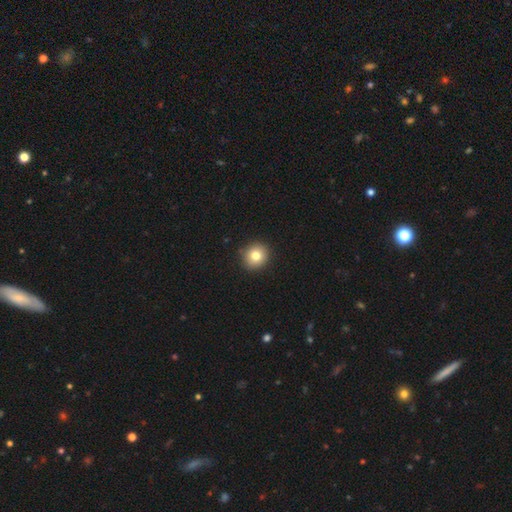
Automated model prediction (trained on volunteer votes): smooth-or-featured: smooth: 80% | star or artifact: 11% | featured or disk: 10%
  how-rounded: round: 89% | in between: 10% | cigar-shaped: 1%
  merging: none: 91% | minor disturbance: 6% | major disturbance: 2% | merger: 1%